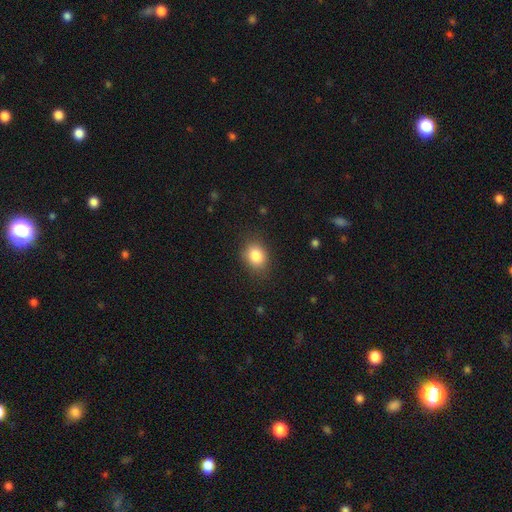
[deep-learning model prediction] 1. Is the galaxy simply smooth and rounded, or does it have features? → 85% smooth, 9% star or artifact, 6% featured or disk.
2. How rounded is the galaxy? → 51% in between, 48% round, 1% cigar-shaped.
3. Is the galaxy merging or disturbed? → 82% none, 13% minor disturbance, 4% major disturbance, 1% merger.